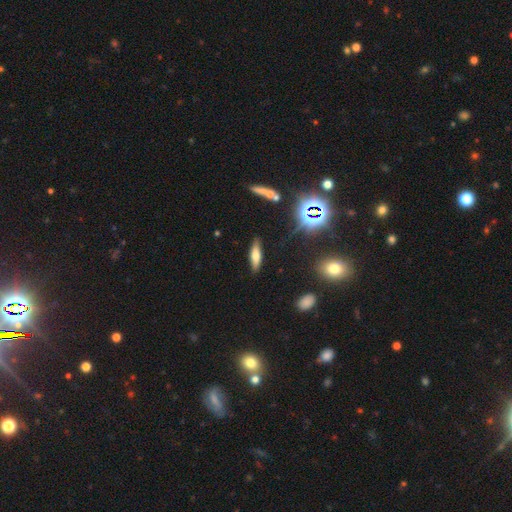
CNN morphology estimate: Overall: smooth (59%; featured or disk 29%). How rounded: cigar-shaped (59%; in between 38%). Merging: none (85%).